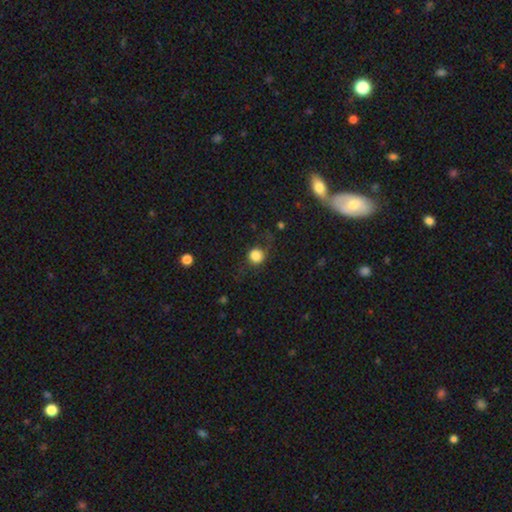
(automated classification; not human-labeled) Overall: smooth (81%). How rounded: round (89%). Merging: none (69%).